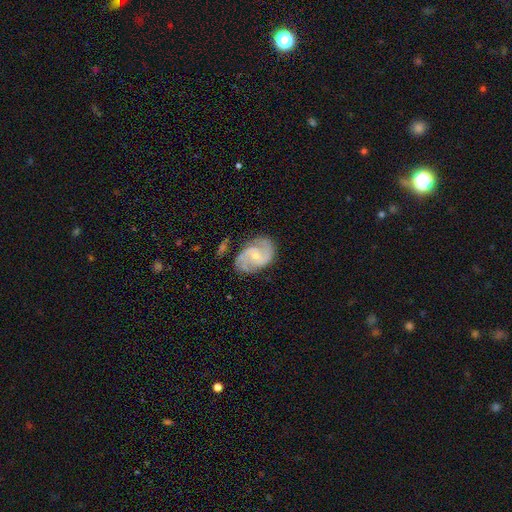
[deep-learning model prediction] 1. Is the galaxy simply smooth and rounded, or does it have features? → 86% featured or disk, 9% smooth, 5% star or artifact.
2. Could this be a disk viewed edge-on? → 98% no, 2% yes.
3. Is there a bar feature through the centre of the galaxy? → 55% no, 38% weak, 7% strong.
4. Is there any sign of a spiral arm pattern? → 97% yes, 3% no.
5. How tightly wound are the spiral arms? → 54% medium, 30% tight, 16% loose.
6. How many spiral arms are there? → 70% 2, 17% 3, 7% can't tell, 3% 4, 2% 1, 2% more than 4.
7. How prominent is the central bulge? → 66% small, 29% moderate, 2% none, 1% large, 1% dominant.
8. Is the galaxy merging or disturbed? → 73% none, 18% minor disturbance, 6% major disturbance, 3% merger.